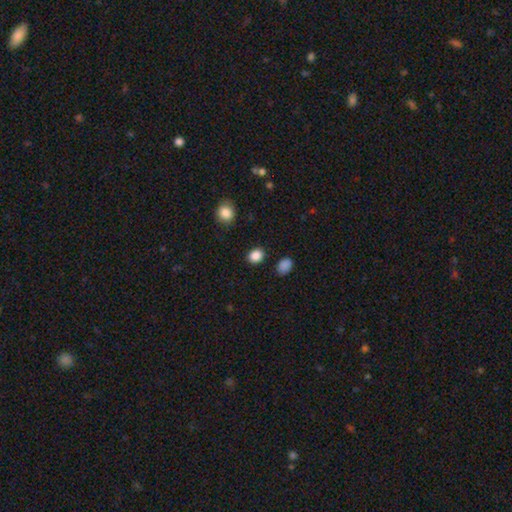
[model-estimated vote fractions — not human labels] smooth_or_featured: smooth (p=0.87) [alt: star or artifact p=0.10]
how_rounded: round (p=0.56) [alt: in between p=0.43]
merging: none (p=0.88) [alt: minor disturbance p=0.07]